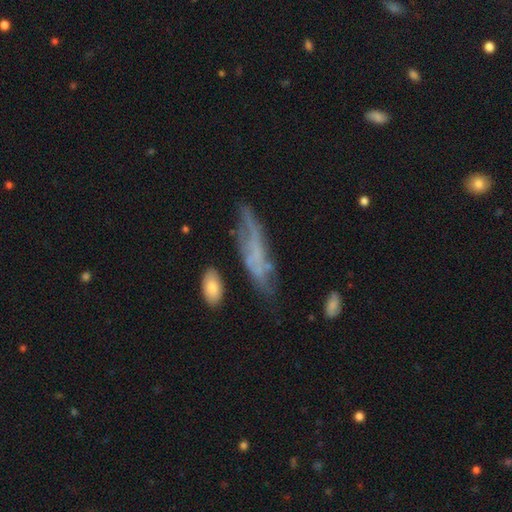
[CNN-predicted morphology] This appears to be a featured or disk galaxy (53%). Merging: none (50%).